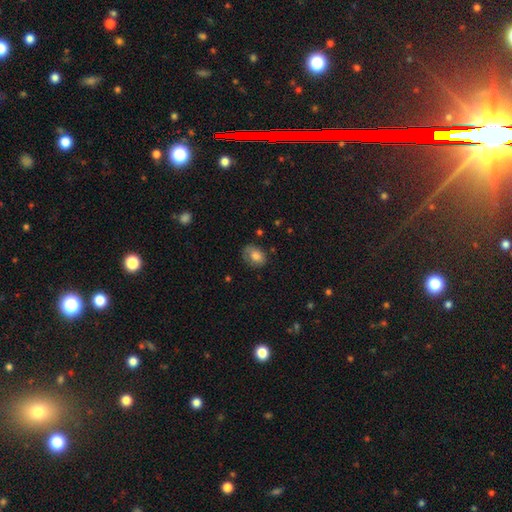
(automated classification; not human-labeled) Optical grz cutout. It shows a smooth galaxy with no disk features (77%) that is in between round and cigar-shaped (71%). Merging: none (65%).